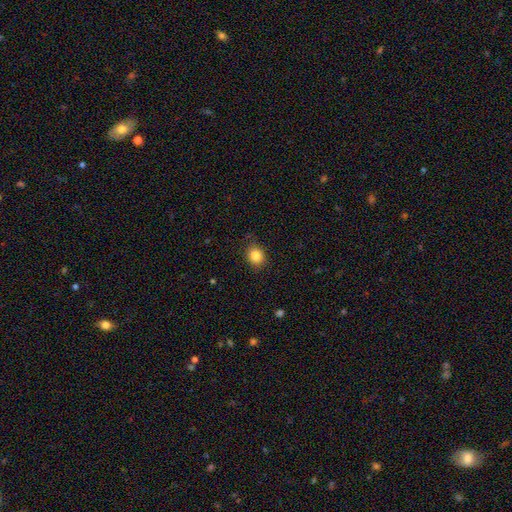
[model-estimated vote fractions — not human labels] Q: Smooth or featured?
A: smooth (84%); runner-up: star or artifact (10%)
Q: How rounded?
A: round (68%); runner-up: in between (31%)
Q: Merging?
A: none (84%); runner-up: minor disturbance (12%)